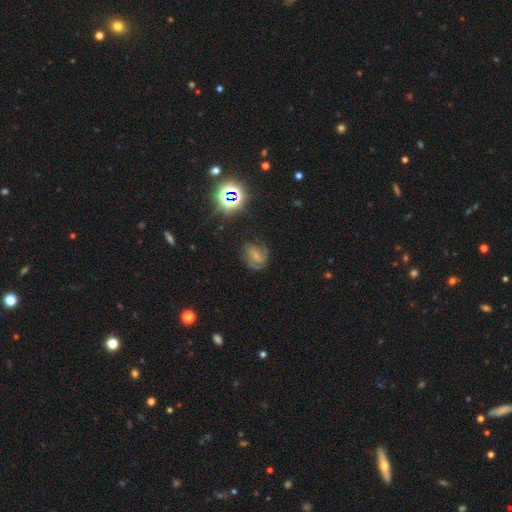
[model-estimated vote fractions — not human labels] This appears to be a featured or disk galaxy (67%) with no bar (50%), 2 (40%) medium (44%) spiral arms (92%) and a small central bulge (68%). Merging: none (64%).